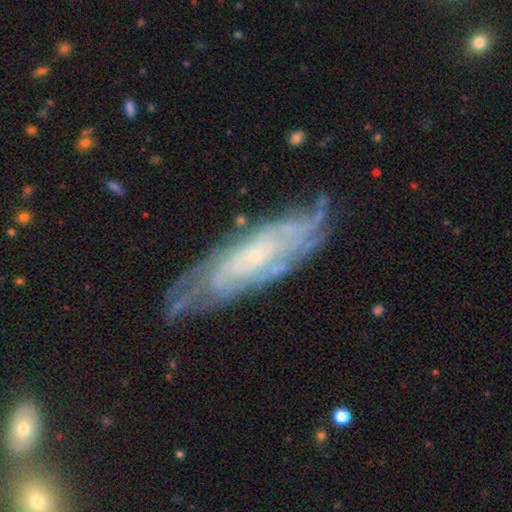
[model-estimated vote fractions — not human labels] This is clearly a featured or disk galaxy (83%). It is clearly not viewed edge-on (82%). Bar: likely no (69%). Spiral arm pattern: clearly yes (95%). Spiral arm count: possibly can't tell (47%). Spiral winding: likely tight (72%). Central bulge: clearly small (83%). Merging: likely none (72%).